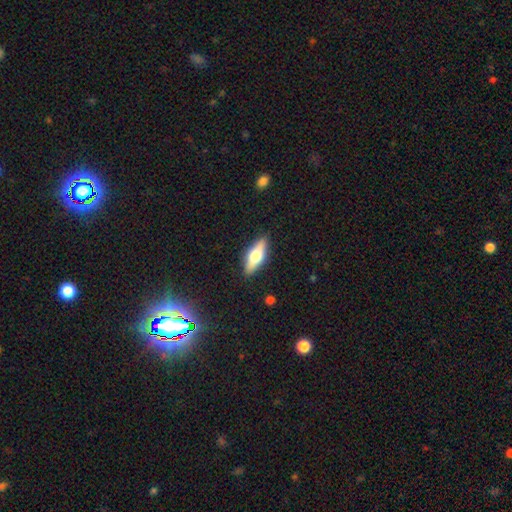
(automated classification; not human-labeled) A smooth galaxy with no disk features (51%) that is in between round and cigar-shaped (64%).

Vote fractions:
- Smooth or featured? smooth: 51% / featured or disk: 43% / star or artifact: 6%
- How rounded? in between: 64% / cigar-shaped: 33% / round: 3%
- Merging? none: 87% / minor disturbance: 9% / major disturbance: 2% / merger: 1%